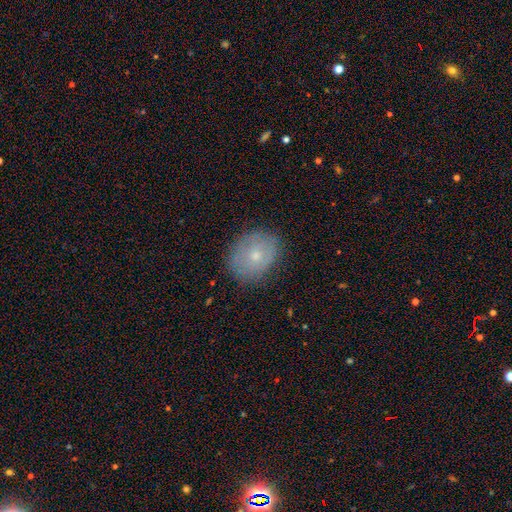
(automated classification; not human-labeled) Smooth or featured?
  - smooth: 61% *
  - featured or disk: 30%
  - star or artifact: 9%
How rounded?
  - in between: 53% *
  - round: 46%
  - cigar-shaped: 1%
Merging?
  - none: 80% *
  - minor disturbance: 15%
  - major disturbance: 4%
  - merger: 1%